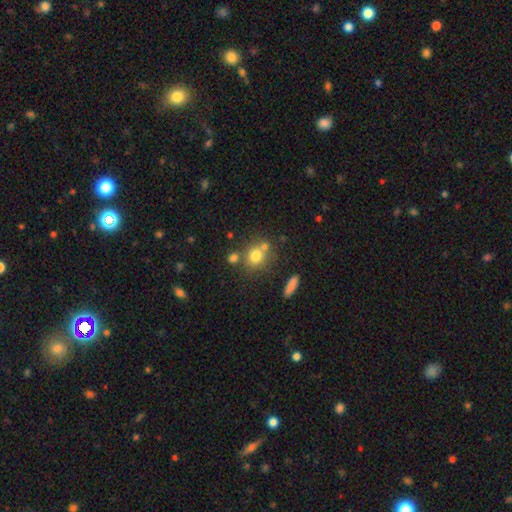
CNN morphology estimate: Overall: smooth (74%). How rounded: round (76%). Merging: none (59%; merger 25%).